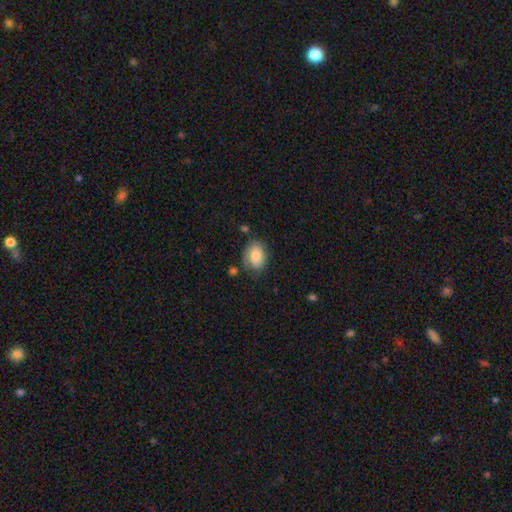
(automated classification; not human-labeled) smooth_or_featured: smooth (p=0.74) [alt: featured or disk p=0.19]
how_rounded: in between (p=0.73) [alt: round p=0.26]
merging: none (p=0.62) [alt: minor disturbance p=0.26]